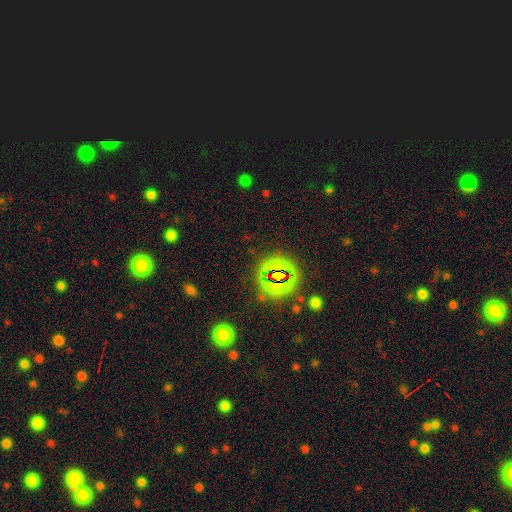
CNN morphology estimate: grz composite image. It shows a star or artifact, not a galaxy (77%).